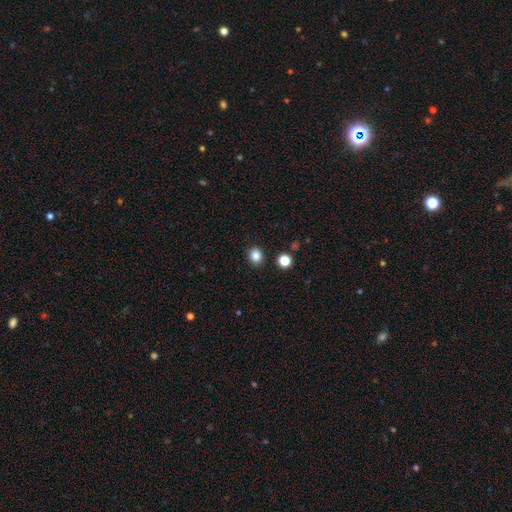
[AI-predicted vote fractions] Smooth or featured? smooth (84%)
How rounded? round (69%)
Merging? none (89%)